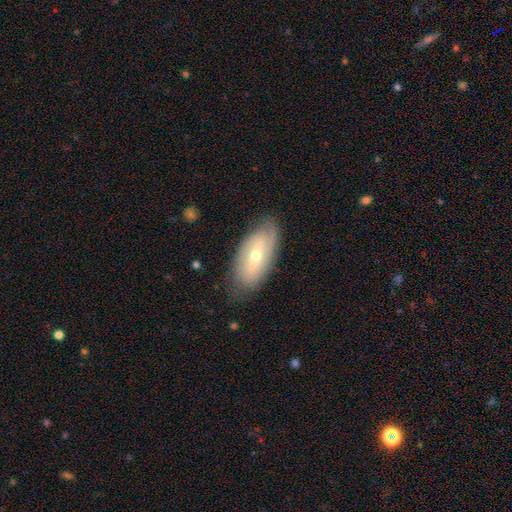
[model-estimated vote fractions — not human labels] Smooth or featured? Predicted: featured or disk (p=0.58). Edge-on disk? Predicted: no (p=0.84). Merging? Predicted: none (p=0.75).